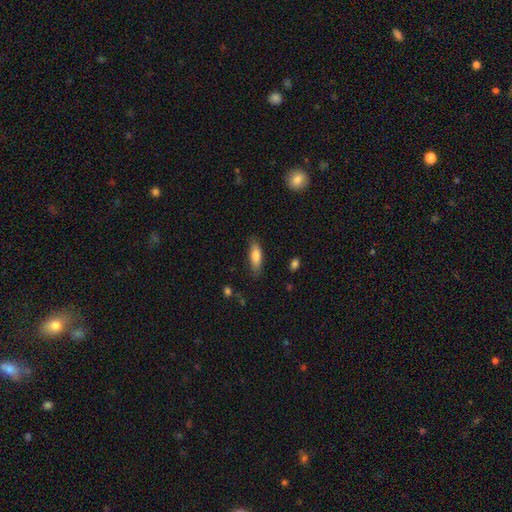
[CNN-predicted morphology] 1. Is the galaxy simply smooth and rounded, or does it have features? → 78% smooth, 15% featured or disk, 6% star or artifact.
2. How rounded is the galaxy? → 56% in between, 42% cigar-shaped, 2% round.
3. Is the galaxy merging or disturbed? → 81% none, 14% minor disturbance, 3% major disturbance, 1% merger.